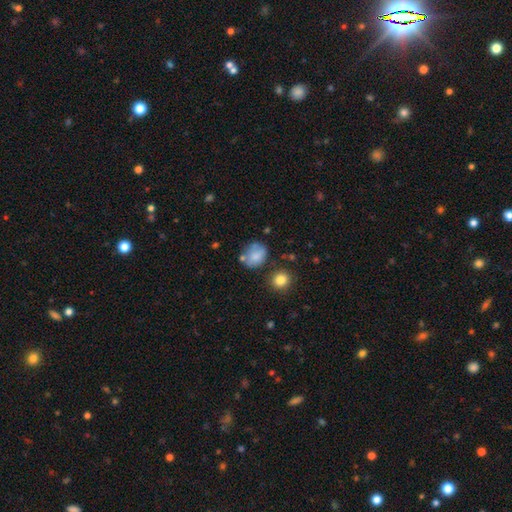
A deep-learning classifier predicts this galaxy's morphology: This appears to be a smooth galaxy with no disk features (75%) that is round (52%). Merging: none (56%).